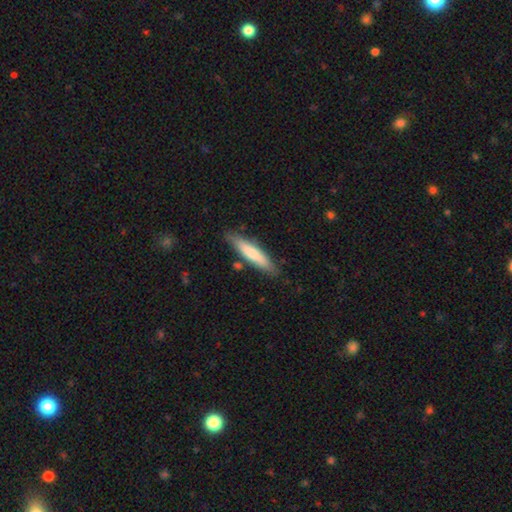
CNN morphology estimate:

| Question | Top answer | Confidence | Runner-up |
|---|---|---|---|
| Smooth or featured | smooth | 71% | featured or disk (24%) |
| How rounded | cigar-shaped | 84% | in between (15%) |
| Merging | none | 81% | minor disturbance (13%) |